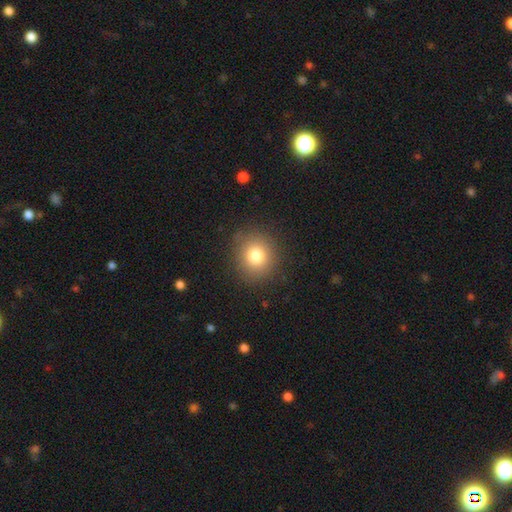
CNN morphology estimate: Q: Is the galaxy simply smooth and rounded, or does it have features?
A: smooth — 80%.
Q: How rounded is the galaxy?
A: round — 86%.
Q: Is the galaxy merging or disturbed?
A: none — 87%.